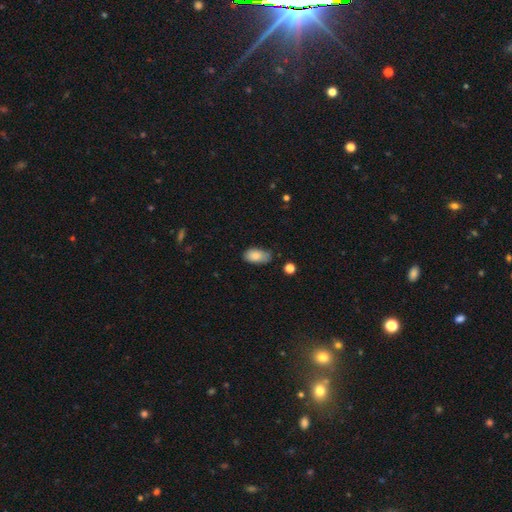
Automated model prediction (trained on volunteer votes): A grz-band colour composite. It shows a smooth galaxy with no disk features (85%) that is in between round and cigar-shaped (92%). Merging: none (59%).